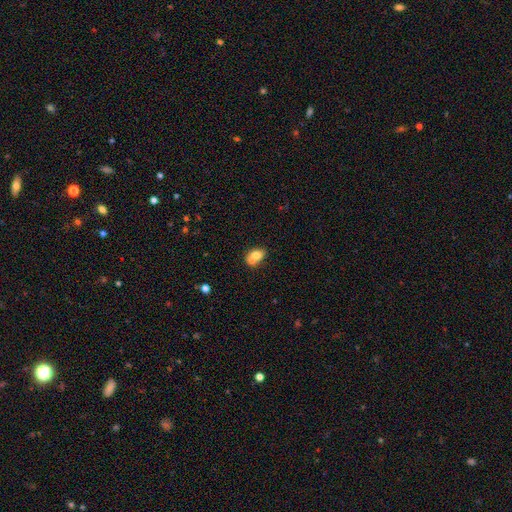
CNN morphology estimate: This is likely a smooth galaxy (72%). How rounded: possibly in between (59%). Merging: possibly merger (55%).